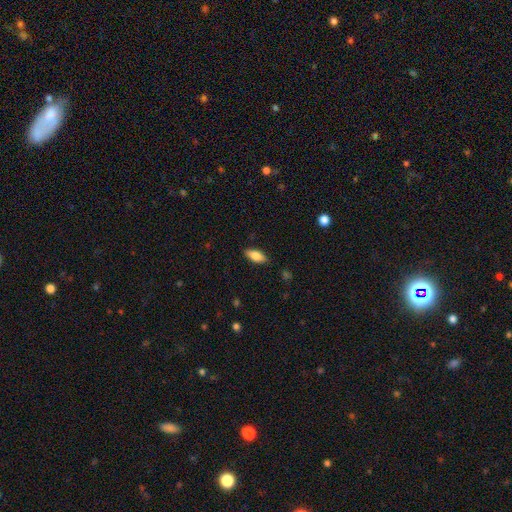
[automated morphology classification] This appears to be a smooth galaxy with no disk features (78%) that is in between round and cigar-shaped (80%). Merging: none (86%).